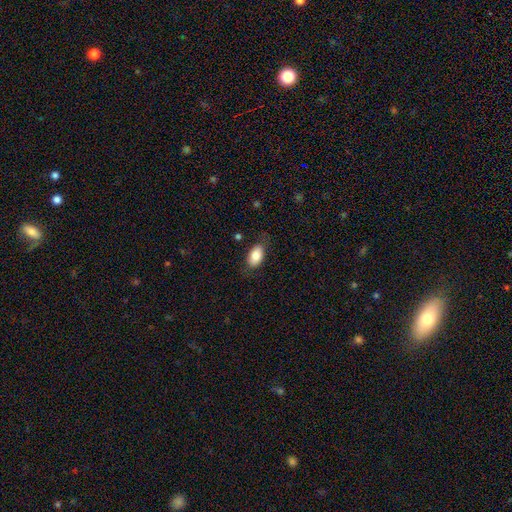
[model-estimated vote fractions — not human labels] A smooth galaxy with no disk features (84%) that is in between round and cigar-shaped (93%).

Vote fractions:
- Smooth or featured? smooth: 84% / featured or disk: 9% / star or artifact: 7%
- How rounded? in between: 93% / round: 5% / cigar-shaped: 2%
- Merging? none: 77% / minor disturbance: 17% / major disturbance: 5% / merger: 1%